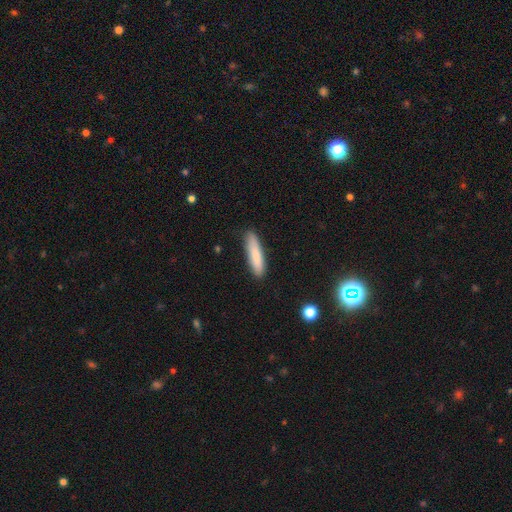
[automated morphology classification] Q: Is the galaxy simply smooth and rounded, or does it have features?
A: smooth — 81%.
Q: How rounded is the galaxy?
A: cigar-shaped — 78%.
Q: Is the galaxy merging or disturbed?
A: none — 87%.